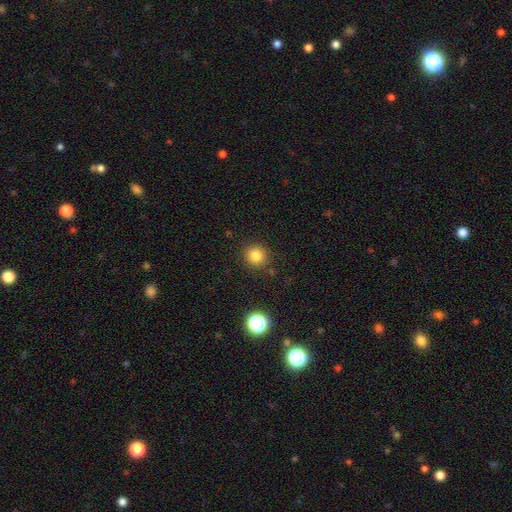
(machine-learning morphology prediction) smooth_or_featured: smooth (p=0.82) [alt: star or artifact p=0.13]
how_rounded: round (p=0.93) [alt: in between p=0.06]
merging: none (p=0.87) [alt: minor disturbance p=0.07]